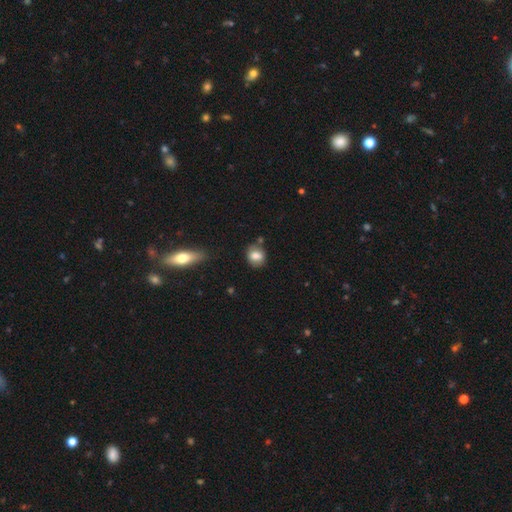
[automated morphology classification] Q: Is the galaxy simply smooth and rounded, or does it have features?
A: smooth — 78%.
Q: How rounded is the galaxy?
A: round — 63%.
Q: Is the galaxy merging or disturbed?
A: none — 71%.